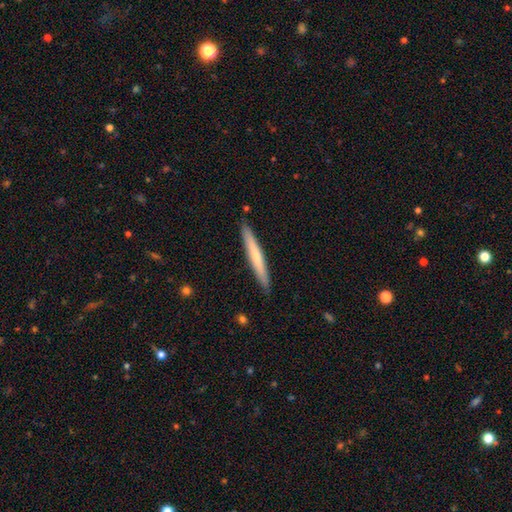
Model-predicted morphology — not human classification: Smooth or featured: smooth — 60% (featured or disk — 35%)
How rounded: cigar-shaped — 96% (in between — 3%)
Merging: none — 91% (minor disturbance — 7%)